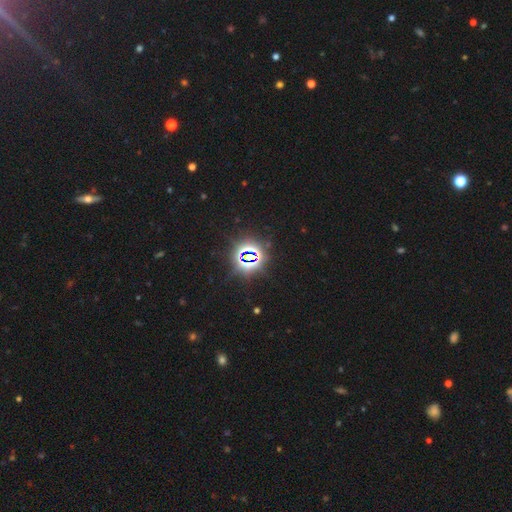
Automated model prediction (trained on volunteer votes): This is clearly a star or artifact rather than a galaxy (83%).